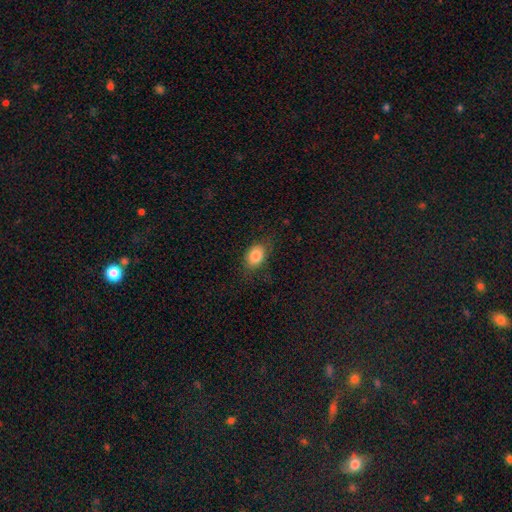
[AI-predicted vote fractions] Smooth or featured?
  - smooth: 85% *
  - star or artifact: 8%
  - featured or disk: 7%
How rounded?
  - in between: 81% *
  - round: 17%
  - cigar-shaped: 2%
Merging?
  - none: 77% *
  - minor disturbance: 17%
  - major disturbance: 5%
  - merger: 1%